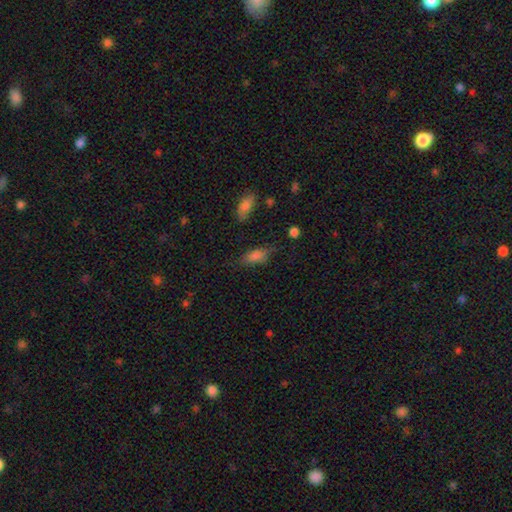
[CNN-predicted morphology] A smooth galaxy with no disk features (78%) that is in between round and cigar-shaped (81%).

Vote fractions:
- Smooth or featured? smooth: 78% / star or artifact: 11% / featured or disk: 11%
- How rounded? in between: 81% / cigar-shaped: 15% / round: 4%
- Merging? none: 65% / minor disturbance: 24% / major disturbance: 8% / merger: 3%